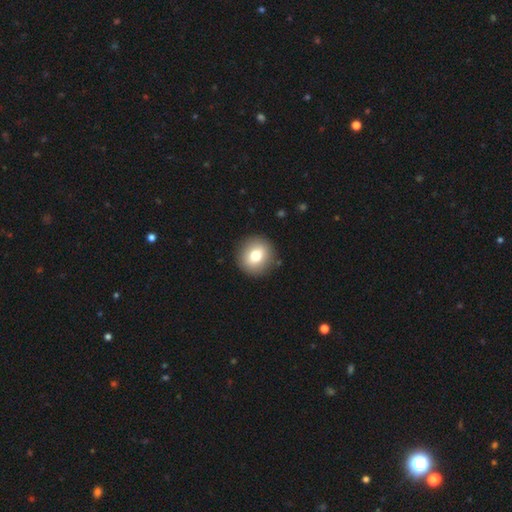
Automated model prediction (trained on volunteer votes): Q: Smooth or featured?
A: smooth (76%); runner-up: featured or disk (14%)
Q: How rounded?
A: round (89%); runner-up: in between (10%)
Q: Merging?
A: none (90%); runner-up: minor disturbance (6%)